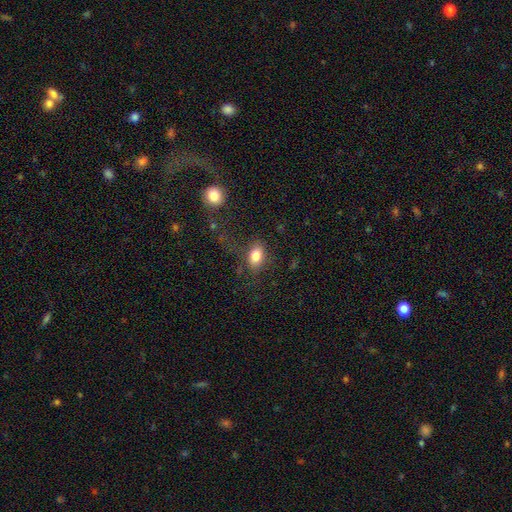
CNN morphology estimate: This appears to be a smooth galaxy with no disk features (81%) that is in between round and cigar-shaped (82%). Merging: none (72%).